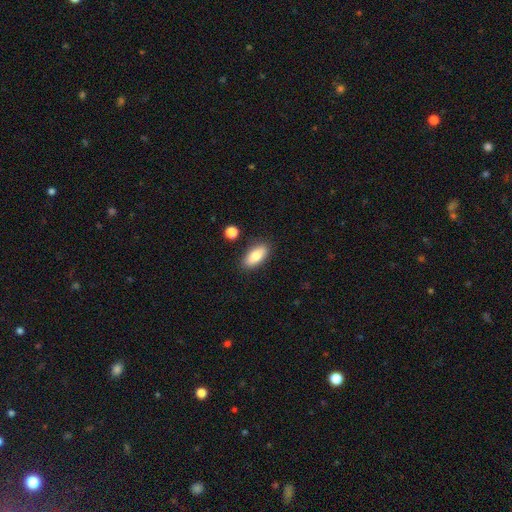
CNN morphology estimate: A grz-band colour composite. It shows a smooth galaxy with no disk features (83%) that is in between round and cigar-shaped (83%). Merging: none (84%).